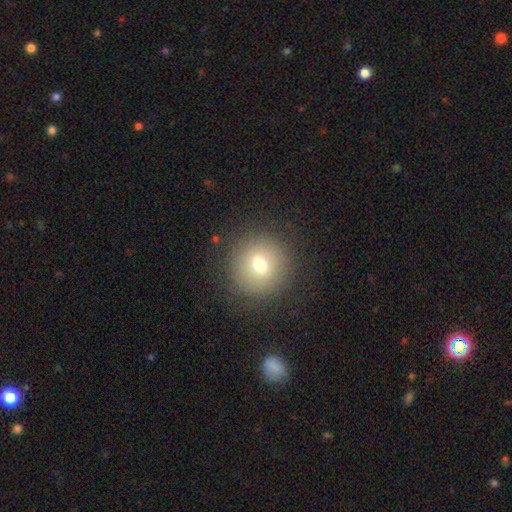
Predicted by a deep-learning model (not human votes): smooth_or_featured: smooth (p=0.69) [alt: star or artifact p=0.18]
how_rounded: round (p=0.95) [alt: in between p=0.04]
merging: none (p=0.90) [alt: minor disturbance p=0.06]